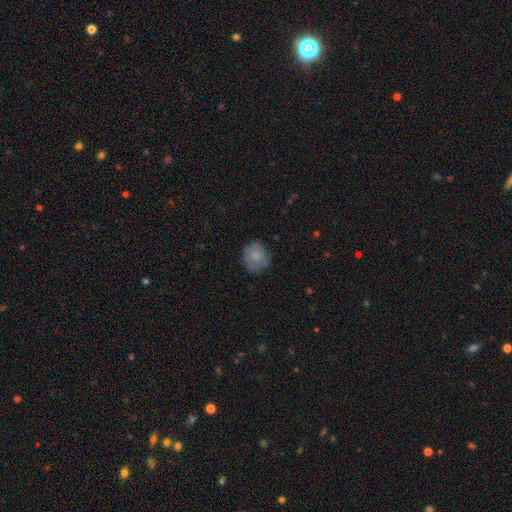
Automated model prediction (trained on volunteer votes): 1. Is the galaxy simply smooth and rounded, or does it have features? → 77% smooth, 15% featured or disk, 8% star or artifact.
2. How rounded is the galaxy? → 76% round, 23% in between, 1% cigar-shaped.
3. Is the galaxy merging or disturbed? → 71% none, 22% minor disturbance, 6% major disturbance, 1% merger.